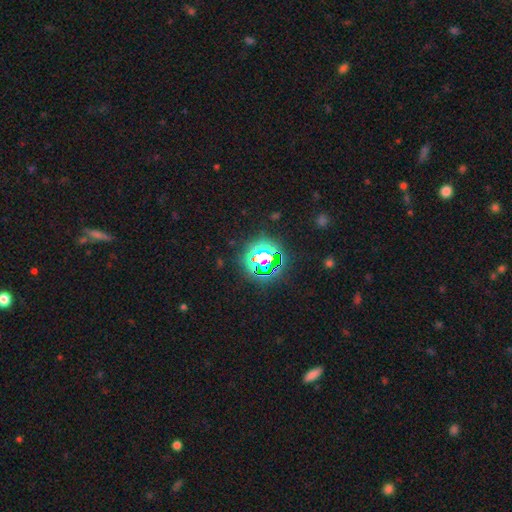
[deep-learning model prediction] Smooth or featured? star or artifact (74%)